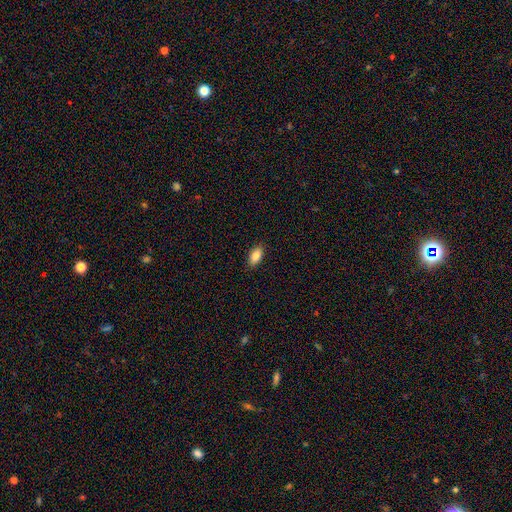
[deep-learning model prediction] This is clearly a smooth galaxy (86%). How rounded: clearly in between (91%). Merging: clearly none (89%).